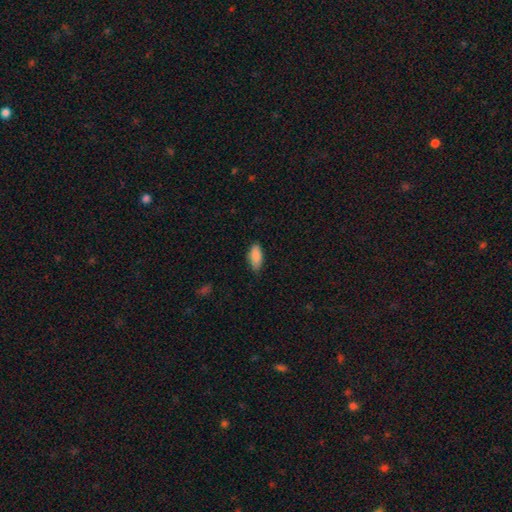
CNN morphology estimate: smooth_or_featured: smooth (p=0.89) [alt: star or artifact p=0.07]
how_rounded: in between (p=0.87) [alt: cigar-shaped p=0.11]
merging: none (p=0.75) [alt: minor disturbance p=0.21]